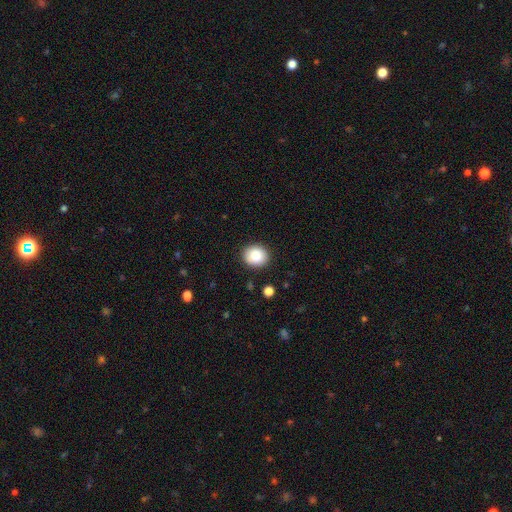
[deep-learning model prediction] A smooth galaxy with no disk features (85%) that is round (71%).

Vote fractions:
- Smooth or featured? smooth: 85% / star or artifact: 8% / featured or disk: 7%
- How rounded? round: 71% / in between: 28% / cigar-shaped: 1%
- Merging? none: 90% / minor disturbance: 7% / major disturbance: 2% / merger: 1%